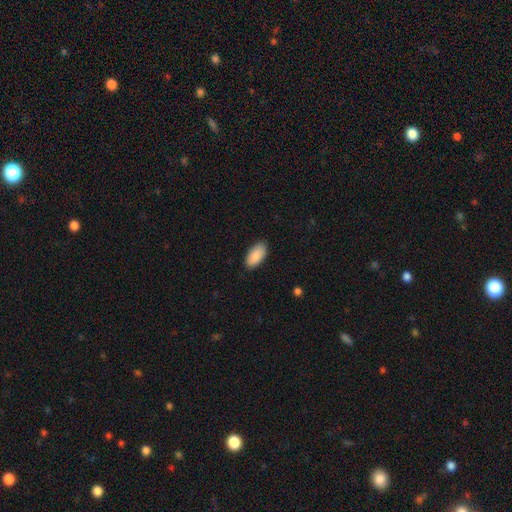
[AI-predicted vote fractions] The model was most divided on "merging": none: 87%, minor disturbance: 10%, major disturbance: 2%, merger: 1%. More confident: how rounded — in between (95%); smooth or featured — smooth (90%).